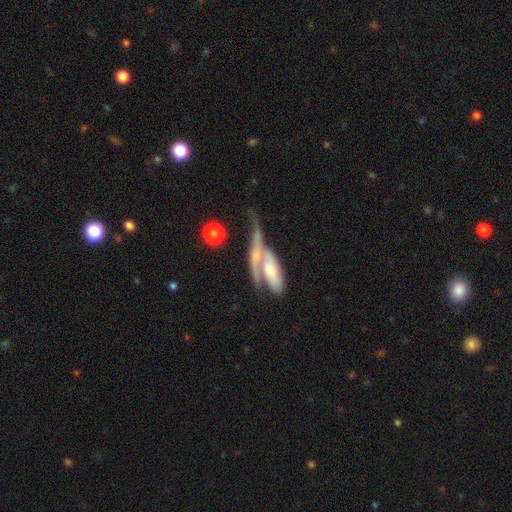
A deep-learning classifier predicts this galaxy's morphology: featured or disk 61%, smooth 30%, star or artifact 10%. Down the decision tree: edge-on disk — no (63%); merging — merger (53%).